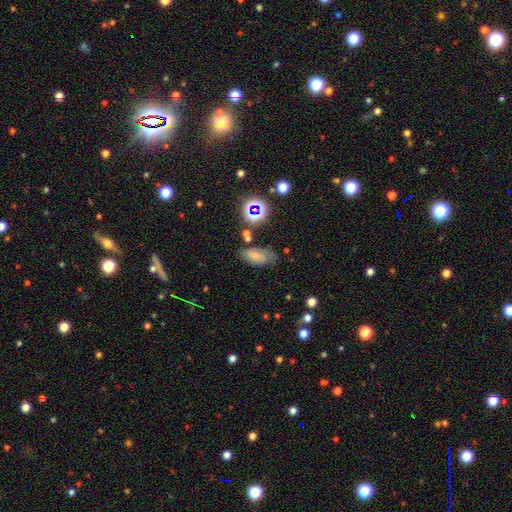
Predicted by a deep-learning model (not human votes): A smooth galaxy with no disk features (50%) that is in between round and cigar-shaped (87%). Merging: none (53%).